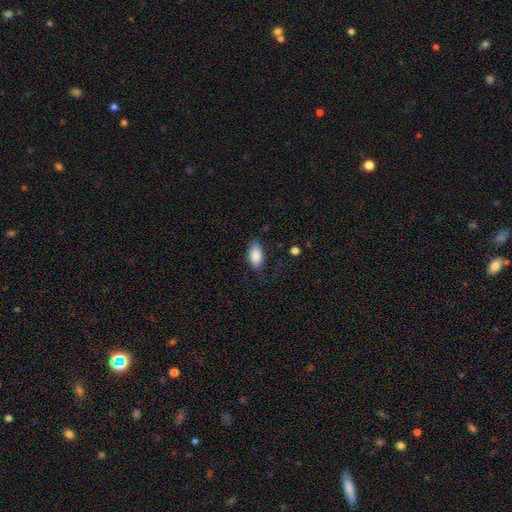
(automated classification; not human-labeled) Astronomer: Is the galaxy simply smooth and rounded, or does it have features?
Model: smooth — 85%.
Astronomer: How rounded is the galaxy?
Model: in between — 92%.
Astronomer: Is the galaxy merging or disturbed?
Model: none — 69%.